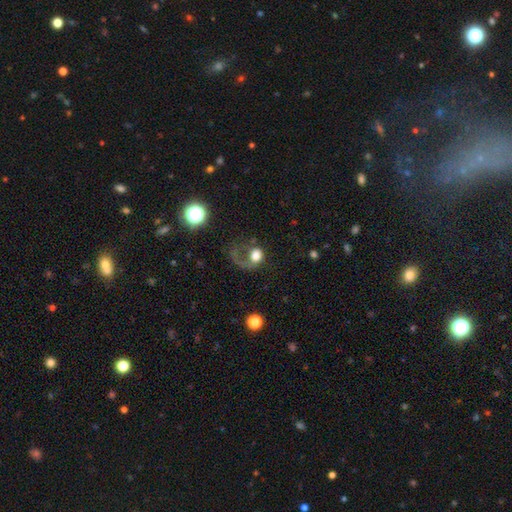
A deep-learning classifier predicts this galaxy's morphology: The model was most divided on "smooth or featured": smooth: 52%, featured or disk: 37%, star or artifact: 11%. More confident: how rounded — round (61%); merging — major disturbance (59%).